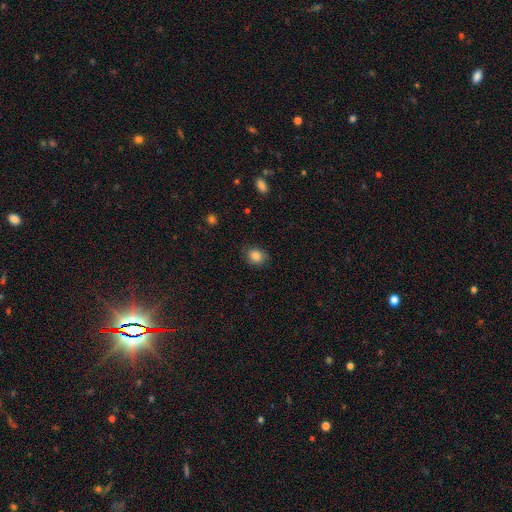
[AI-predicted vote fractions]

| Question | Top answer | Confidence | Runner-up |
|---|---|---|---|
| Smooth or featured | smooth | 85% | star or artifact (10%) |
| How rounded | round | 66% | in between (33%) |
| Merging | none | 81% | minor disturbance (15%) |